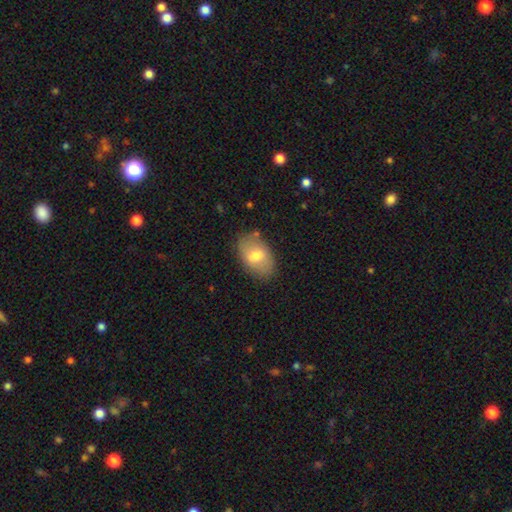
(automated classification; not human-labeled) Overall: smooth (68%). How rounded: in between (89%). Merging: none (81%).